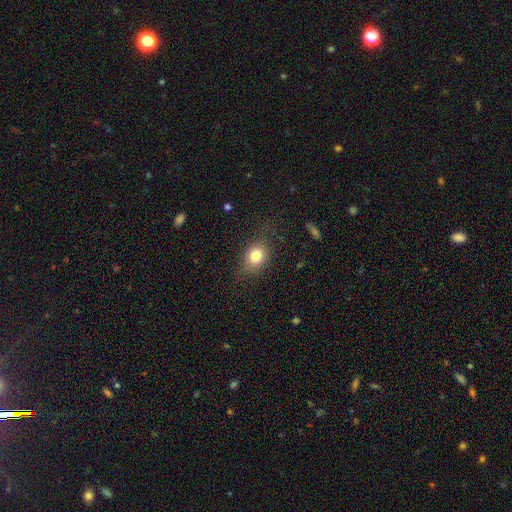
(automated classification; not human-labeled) This appears to be a smooth galaxy with no disk features (79%) that is in between round and cigar-shaped (57%). Merging: none (73%).